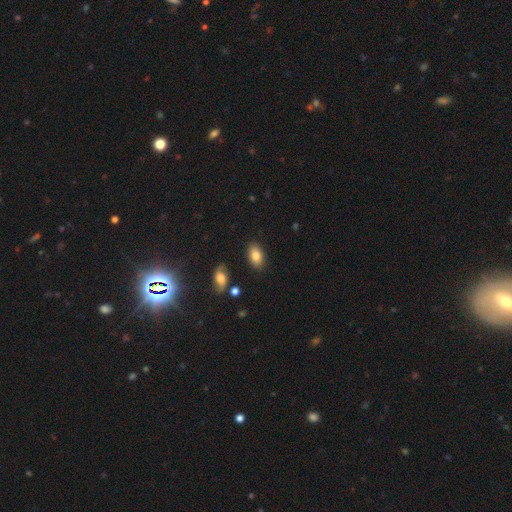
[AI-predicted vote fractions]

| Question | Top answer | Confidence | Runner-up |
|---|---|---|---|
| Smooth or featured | smooth | 83% | featured or disk (9%) |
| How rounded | in between | 90% | round (8%) |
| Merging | none | 86% | minor disturbance (10%) |